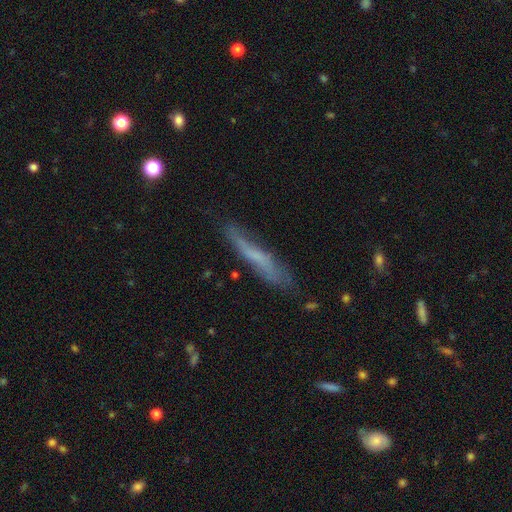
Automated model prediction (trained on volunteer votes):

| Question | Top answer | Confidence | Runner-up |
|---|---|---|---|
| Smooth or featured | smooth | 48% | featured or disk (44%) |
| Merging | none | 71% | minor disturbance (22%) |